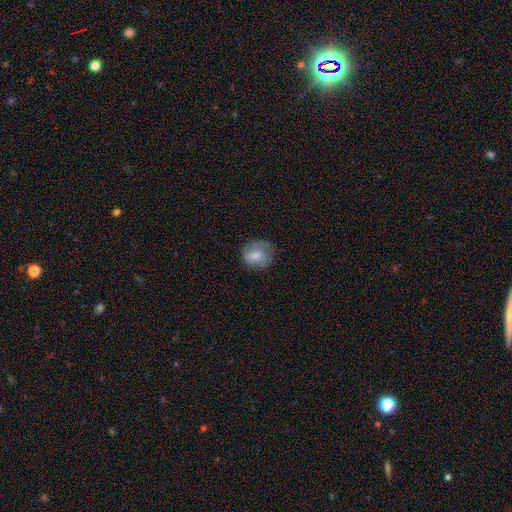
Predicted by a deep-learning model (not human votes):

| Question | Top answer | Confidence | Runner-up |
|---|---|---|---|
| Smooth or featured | smooth | 68% | featured or disk (24%) |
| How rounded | round | 70% | in between (29%) |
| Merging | none | 59% | minor disturbance (25%) |